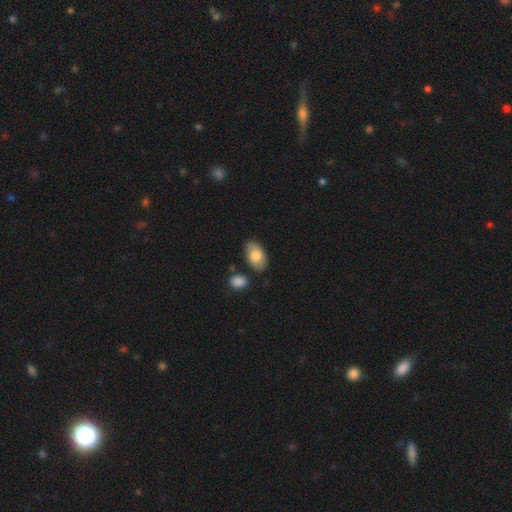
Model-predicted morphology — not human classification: This appears to be a smooth galaxy with no disk features (79%) that is in between round and cigar-shaped (94%). Merging: none (78%).